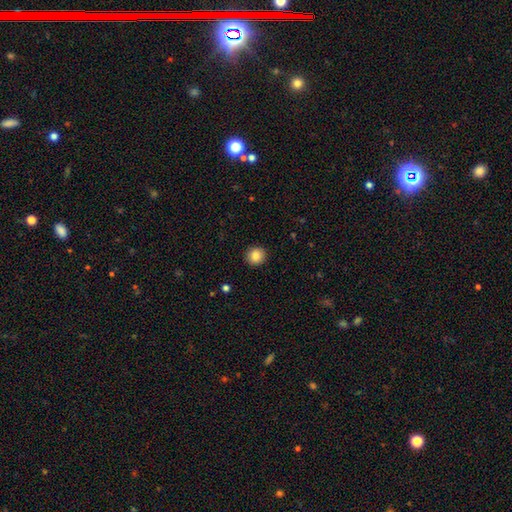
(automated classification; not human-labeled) Morphology: type=smooth (85%); roundness=round (91%); merging=none (92%).